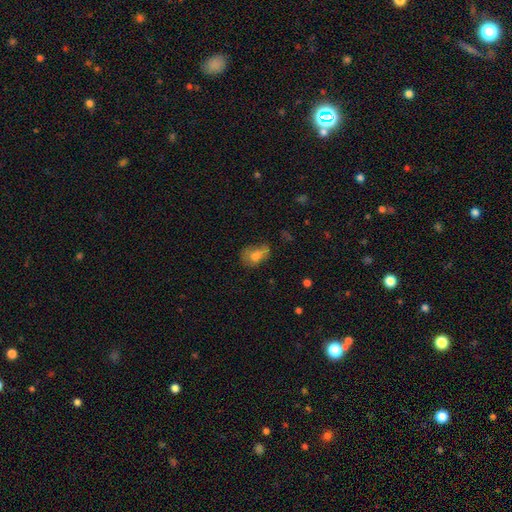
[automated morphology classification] type=smooth (65%); roundness=in between (74%); merging=none (33%).